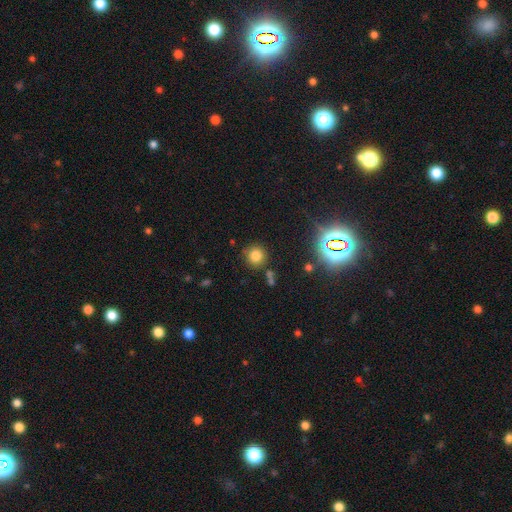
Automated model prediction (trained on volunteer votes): Smooth or featured? Predicted: smooth (p=0.78). How rounded? Predicted: round (p=0.92). Merging? Predicted: none (p=0.82).